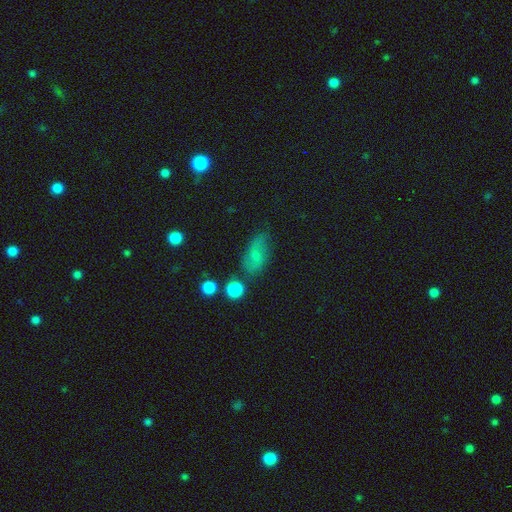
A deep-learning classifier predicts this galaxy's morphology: Overall: smooth (61%; featured or disk 27%). How rounded: in between (85%). Merging: none (65%).